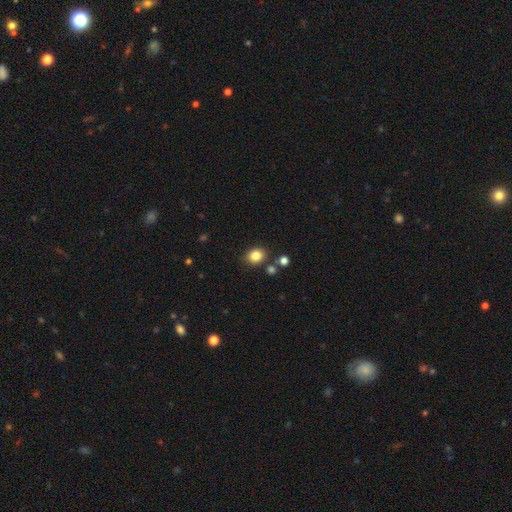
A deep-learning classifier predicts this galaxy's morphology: smooth 84%, star or artifact 11%, featured or disk 5%. Down the decision tree: how rounded — round (65%); merging — none (82%).